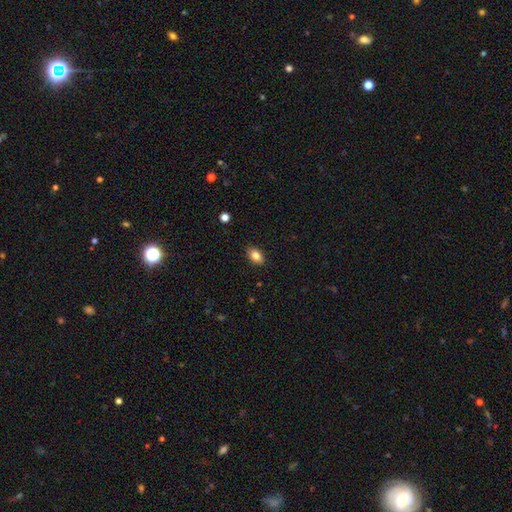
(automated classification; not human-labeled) smooth-or-featured: smooth: 83% | featured or disk: 8% | star or artifact: 8%
  how-rounded: in between: 88% | round: 9% | cigar-shaped: 3%
  merging: none: 87% | minor disturbance: 10% | major disturbance: 2% | merger: 1%